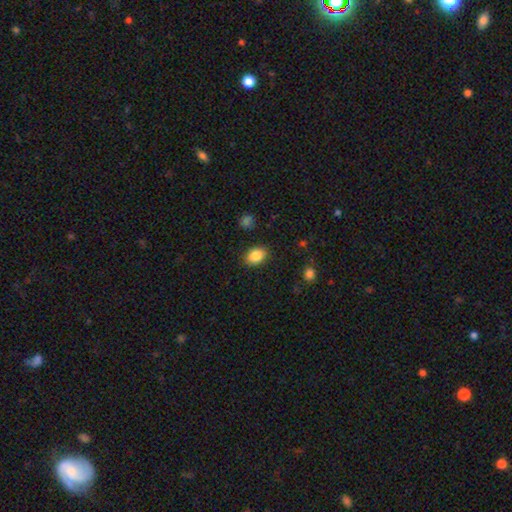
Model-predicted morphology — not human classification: Smooth or featured? smooth (86%)
How rounded? in between (75%)
Merging? none (87%)